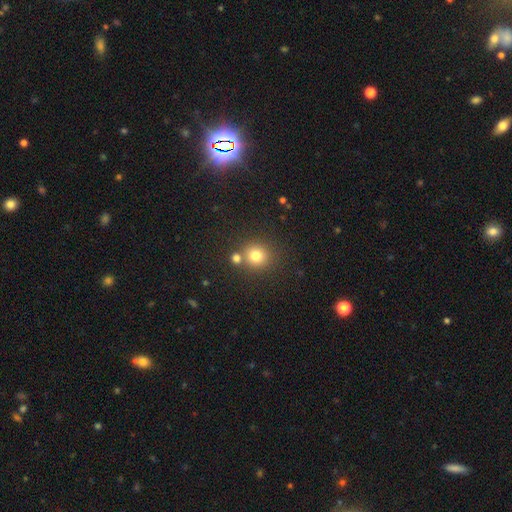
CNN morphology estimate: smooth 79%, star or artifact 14%, featured or disk 7%. Down the decision tree: how rounded — round (89%); merging — none (71%).